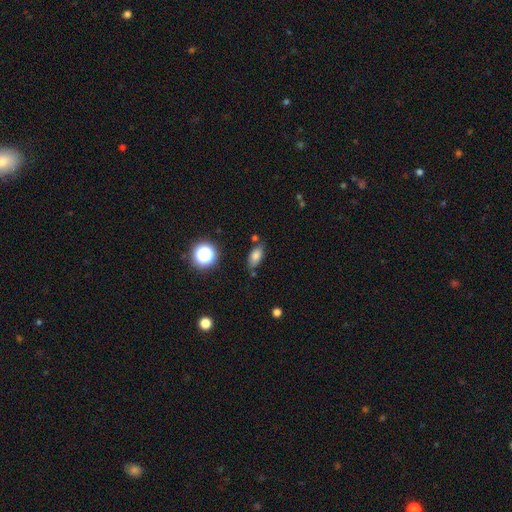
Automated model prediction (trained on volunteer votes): Overall: smooth (77%). How rounded: in between (84%). Merging: none (73%).